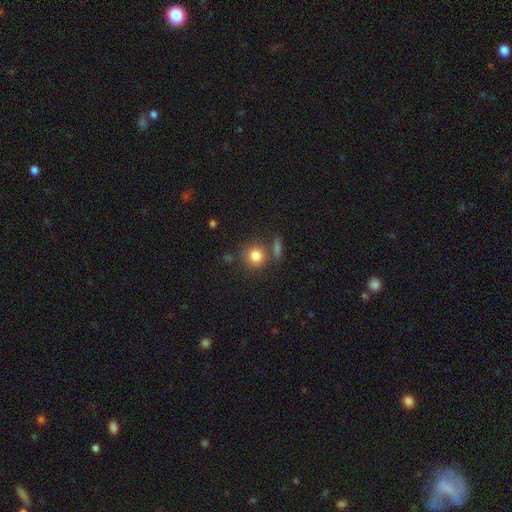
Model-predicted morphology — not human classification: A smooth galaxy with no disk features (82%) that is round (87%). Merging: none (71%).